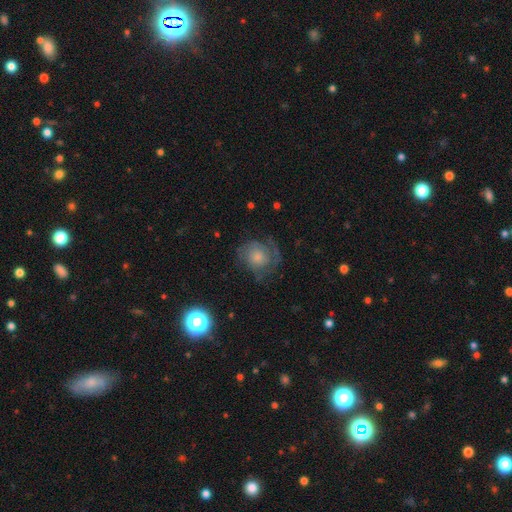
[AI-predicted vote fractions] featured or disk 58%, smooth 26%, star or artifact 16%. Down the decision tree: edge-on disk — no (97%); bar — no (79%); spiral arms — yes (87%); bulge size — moderate (42%); merging — none (70%).